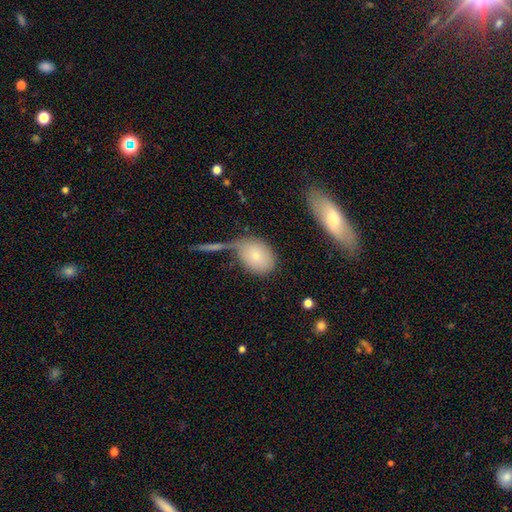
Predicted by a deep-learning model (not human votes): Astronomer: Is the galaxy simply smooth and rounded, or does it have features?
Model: smooth — 75%.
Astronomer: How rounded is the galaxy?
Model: in between — 71%.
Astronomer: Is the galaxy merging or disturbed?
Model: none — 49% (runner-up: merger, 25%).